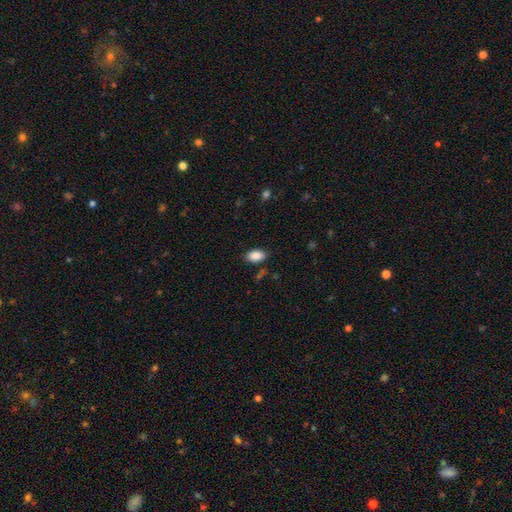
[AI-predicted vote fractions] Overall: smooth (88%). How rounded: in between (92%). Merging: none (85%).